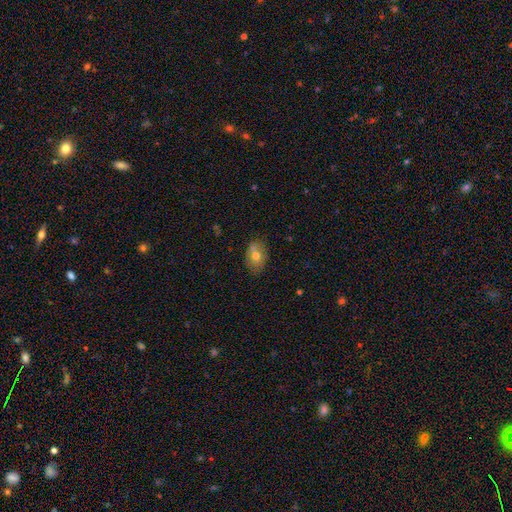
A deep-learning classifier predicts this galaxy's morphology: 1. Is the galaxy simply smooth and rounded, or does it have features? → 65% smooth, 26% featured or disk, 9% star or artifact.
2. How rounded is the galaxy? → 81% in between, 18% round, 1% cigar-shaped.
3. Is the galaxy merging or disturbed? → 71% none, 18% minor disturbance, 7% merger, 4% major disturbance.